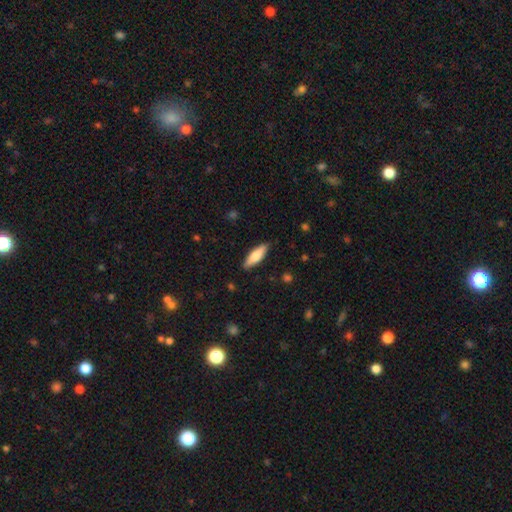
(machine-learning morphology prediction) Smooth or featured? smooth (70%)
How rounded? cigar-shaped (50%)
Merging? none (88%)